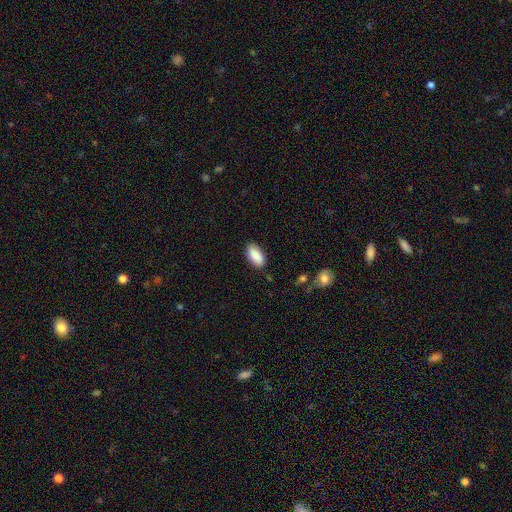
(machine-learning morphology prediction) This is clearly a smooth galaxy (89%). How rounded: clearly in between (91%). Merging: clearly none (84%).